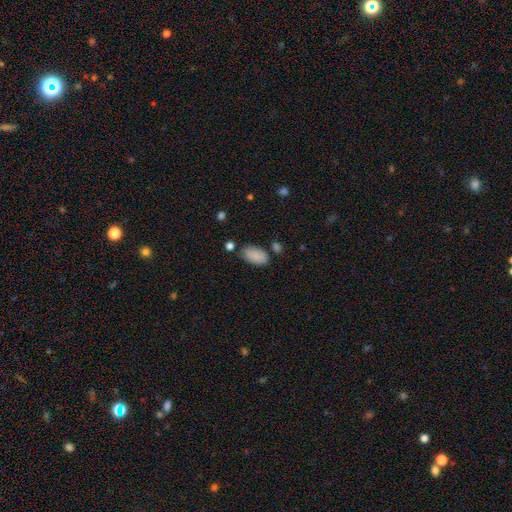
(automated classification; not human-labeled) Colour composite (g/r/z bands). It shows a smooth galaxy with no disk features (88%) that is in between round and cigar-shaped (95%). Merging: none (76%).